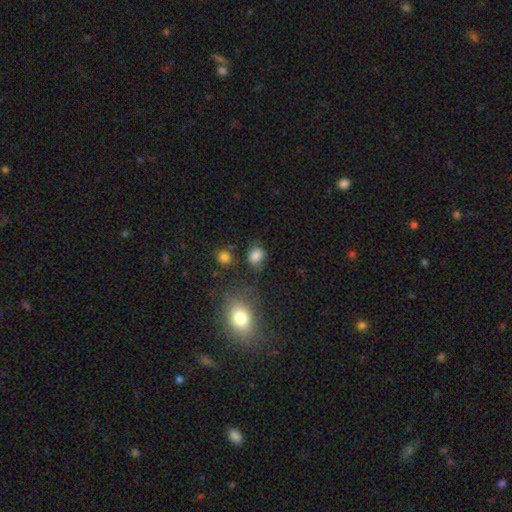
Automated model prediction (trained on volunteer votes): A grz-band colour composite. It shows a smooth galaxy with no disk features (82%) that is in between round and cigar-shaped (53%). Merging: none (67%).